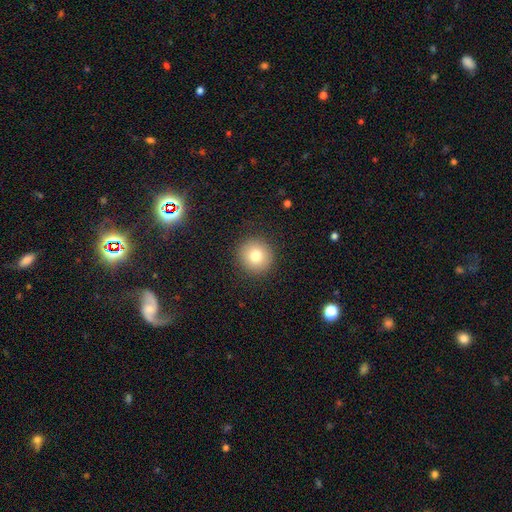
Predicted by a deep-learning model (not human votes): A smooth galaxy with no disk features (80%) that is round (94%). Merging: none (91%).